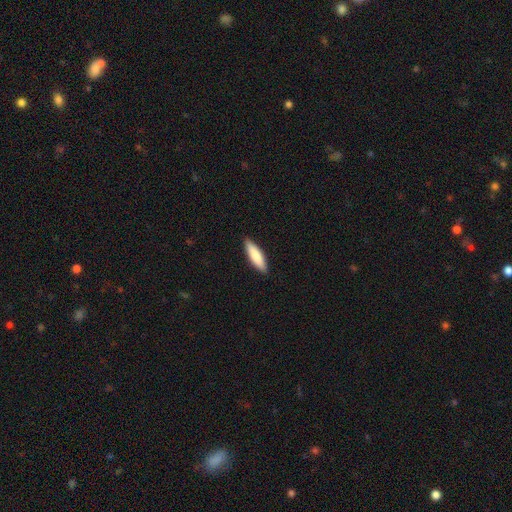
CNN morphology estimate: Overall: smooth (80%). How rounded: cigar-shaped (64%; in between 35%). Merging: none (90%).